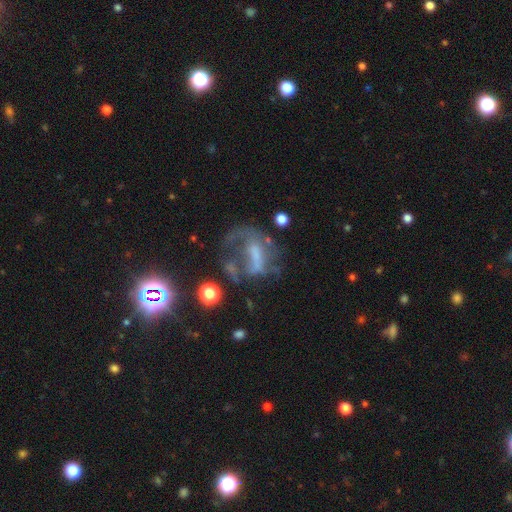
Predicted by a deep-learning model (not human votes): Smooth or featured?
  - featured or disk: 60% *
  - smooth: 21%
  - star or artifact: 19%
Edge-on disk?
  - no: 95% *
  - yes: 5%
Bar?
  - no: 48% *
  - weak: 30%
  - strong: 22%
Spiral arms?
  - no: 52% *
  - yes: 48%
Bulge size?
  - none: 53% *
  - small: 19%
  - moderate: 19%
  - large: 6%
  - dominant: 2%
Merging?
  - major disturbance: 46% *
  - none: 30%
  - minor disturbance: 16%
  - merger: 9%